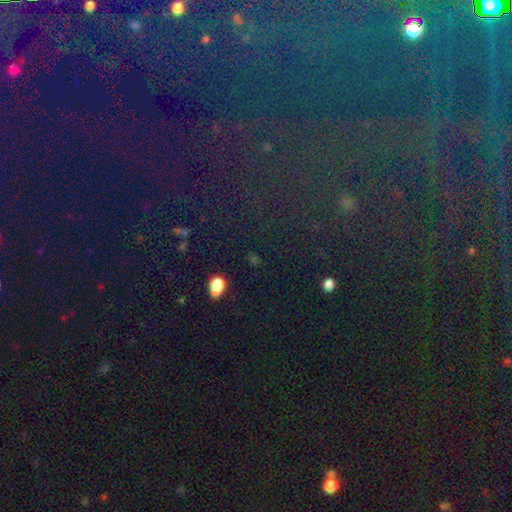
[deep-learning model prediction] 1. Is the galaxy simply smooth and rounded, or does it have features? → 77% star or artifact, 15% smooth, 8% featured or disk.